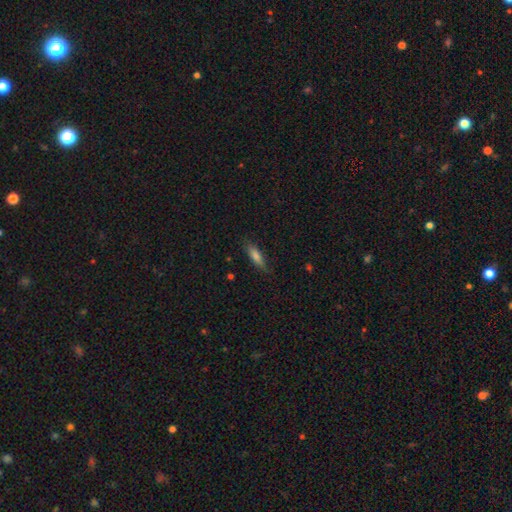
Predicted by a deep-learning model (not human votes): A smooth galaxy with no disk features (74%) that is cigar-shaped (59%).

Vote fractions:
- Smooth or featured? smooth: 74% / featured or disk: 18% / star or artifact: 8%
- How rounded? cigar-shaped: 59% / in between: 39% / round: 2%
- Merging? none: 80% / minor disturbance: 16% / major disturbance: 3% / merger: 1%